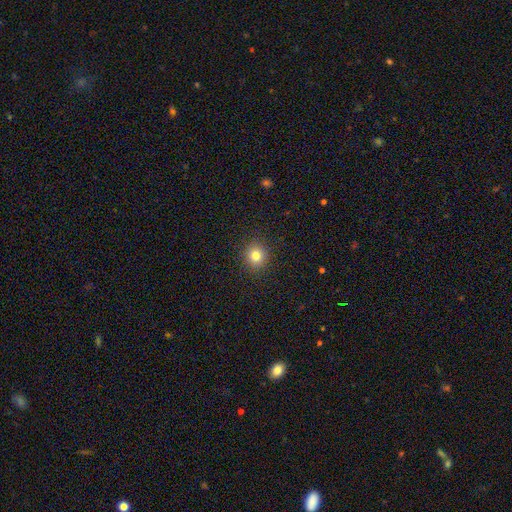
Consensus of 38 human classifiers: smooth-or-featured: smooth: 89% | star or artifact: 8% | featured or disk: 3%
  how-rounded: round: 85% | in between: 15% | cigar-shaped: 0%
  merging: none: 94% | minor disturbance: 6% | major disturbance: 0% | merger: 0%